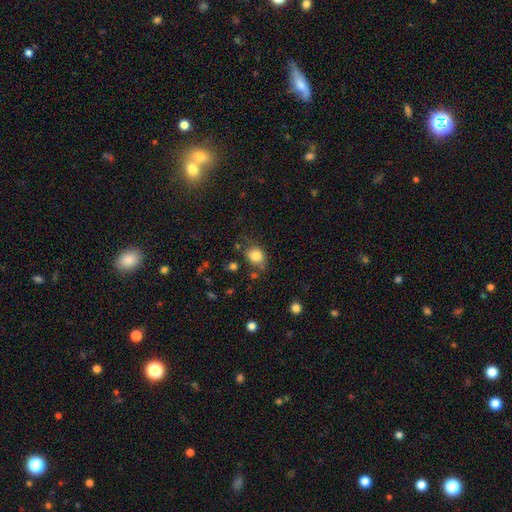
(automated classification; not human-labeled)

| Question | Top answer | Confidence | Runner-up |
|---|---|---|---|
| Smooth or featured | smooth | 83% | star or artifact (10%) |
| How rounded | round | 59% | in between (40%) |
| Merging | none | 66% | minor disturbance (21%) |